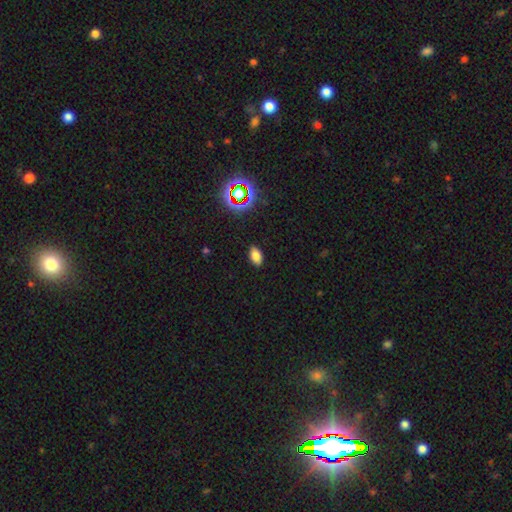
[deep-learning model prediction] This is likely a smooth galaxy (77%). How rounded: clearly in between (92%). Merging: clearly none (87%).